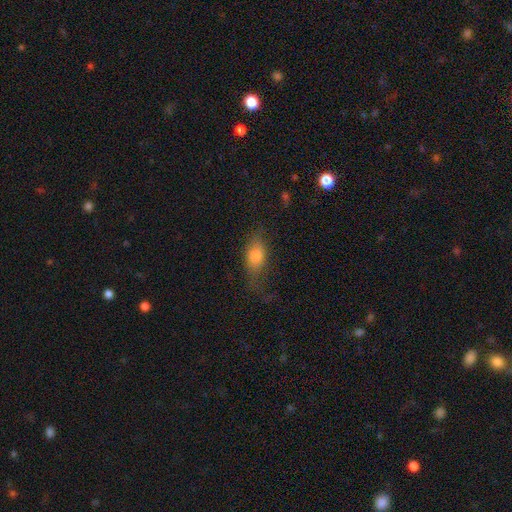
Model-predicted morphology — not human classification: Smooth or featured?
  - smooth: 74% *
  - featured or disk: 17%
  - star or artifact: 9%
How rounded?
  - in between: 80% *
  - cigar-shaped: 12%
  - round: 8%
Merging?
  - none: 54% *
  - minor disturbance: 26%
  - major disturbance: 18%
  - merger: 2%